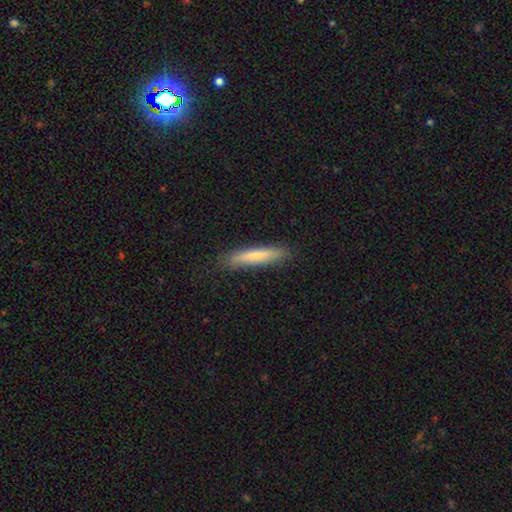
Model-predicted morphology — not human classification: type=smooth (75%); roundness=cigar-shaped (90%); merging=none (86%).